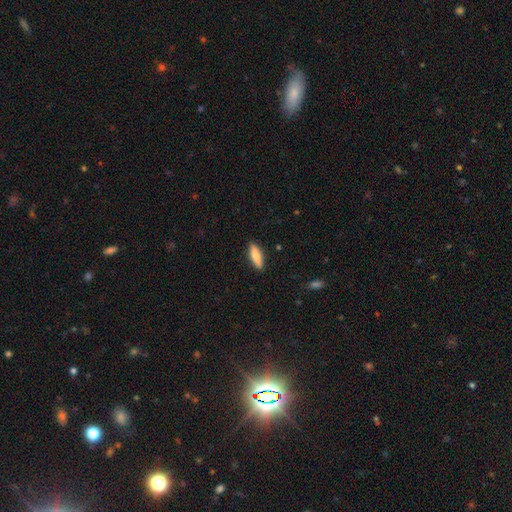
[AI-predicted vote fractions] Smooth or featured? Predicted: smooth (p=0.77). How rounded? Predicted: cigar-shaped (p=0.61). Merging? Predicted: none (p=0.88).